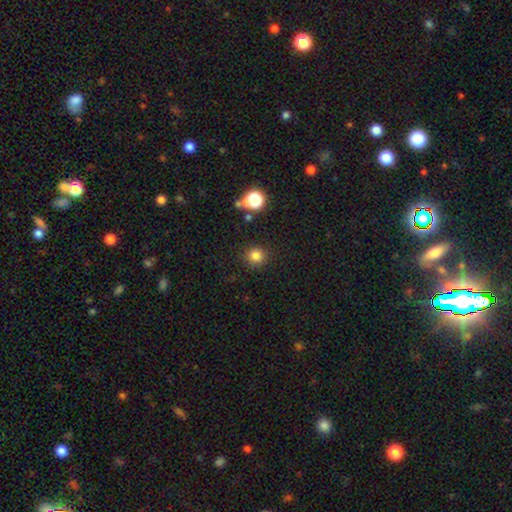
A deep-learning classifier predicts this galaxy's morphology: This appears to be a smooth galaxy with no disk features (81%) that is round (92%). Merging: none (88%).